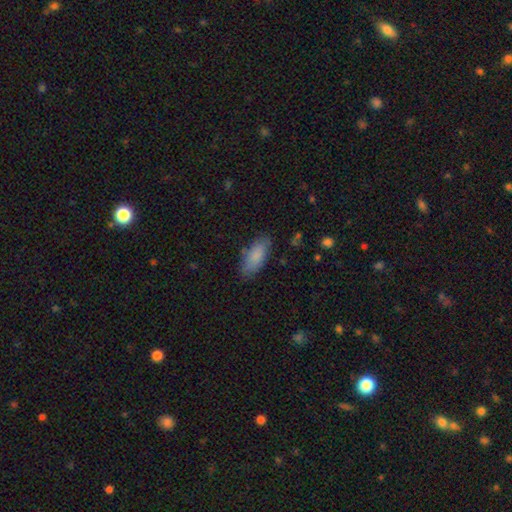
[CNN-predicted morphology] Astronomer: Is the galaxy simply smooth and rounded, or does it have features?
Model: smooth — 85%.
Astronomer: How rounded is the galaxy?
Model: in between — 84%.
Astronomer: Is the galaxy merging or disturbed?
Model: none — 80%.